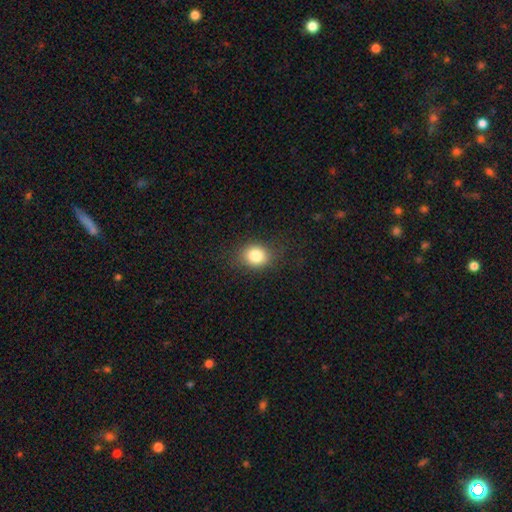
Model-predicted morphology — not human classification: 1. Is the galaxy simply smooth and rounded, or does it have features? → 83% smooth, 10% star or artifact, 6% featured or disk.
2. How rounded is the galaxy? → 63% round, 36% in between, 1% cigar-shaped.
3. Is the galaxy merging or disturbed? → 82% none, 12% minor disturbance, 4% major disturbance, 1% merger.